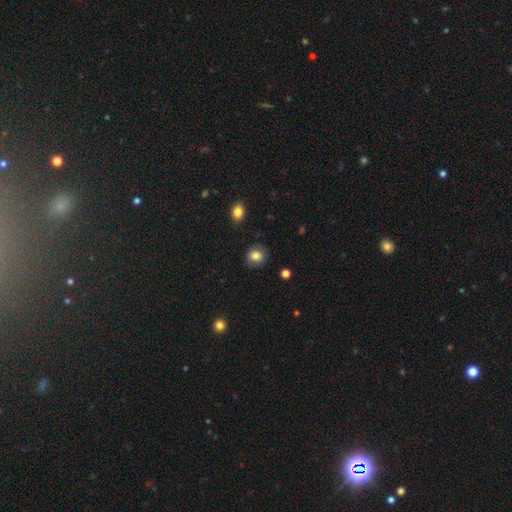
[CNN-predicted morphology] smooth_or_featured: smooth (p=0.83) [alt: star or artifact p=0.09]
how_rounded: round (p=0.75) [alt: in between p=0.24]
merging: none (p=0.85) [alt: minor disturbance p=0.10]